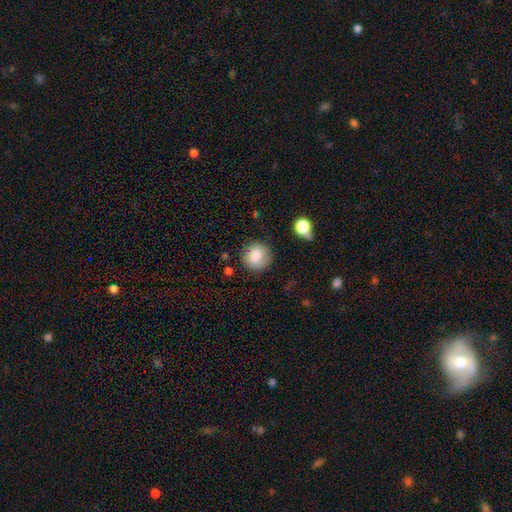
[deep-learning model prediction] Smooth or featured? Predicted: smooth (p=0.82). How rounded? Predicted: round (p=0.91). Merging? Predicted: none (p=0.79).